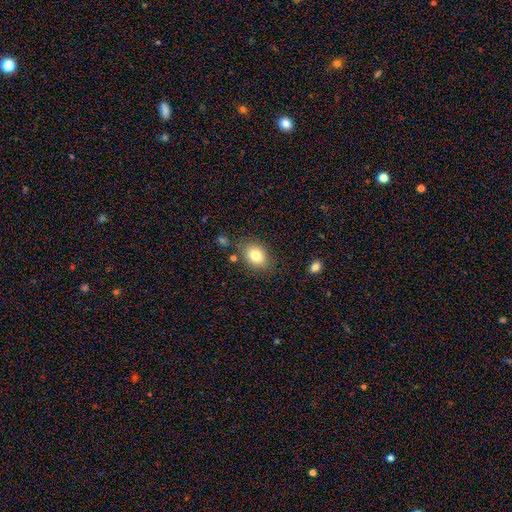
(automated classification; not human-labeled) smooth-or-featured: smooth: 81% | featured or disk: 10% | star or artifact: 9%
  how-rounded: in between: 74% | round: 25% | cigar-shaped: 1%
  merging: none: 81% | minor disturbance: 12% | major disturbance: 3% | merger: 3%